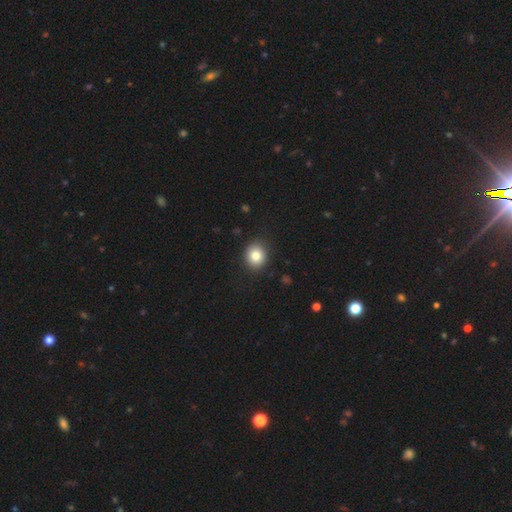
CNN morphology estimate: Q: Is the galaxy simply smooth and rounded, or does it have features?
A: smooth — 82%.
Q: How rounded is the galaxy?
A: round — 76%.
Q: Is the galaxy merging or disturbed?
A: none — 89%.